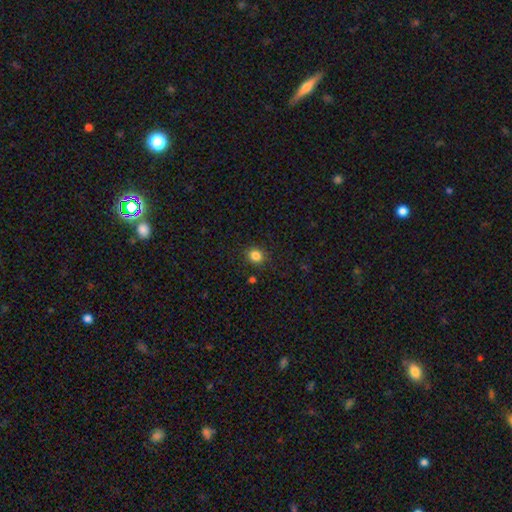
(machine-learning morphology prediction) A smooth galaxy with no disk features (84%) that is round (84%).

Vote fractions:
- Smooth or featured? smooth: 84% / star or artifact: 12% / featured or disk: 4%
- How rounded? round: 84% / in between: 16% / cigar-shaped: 1%
- Merging? none: 88% / minor disturbance: 8% / major disturbance: 2% / merger: 2%